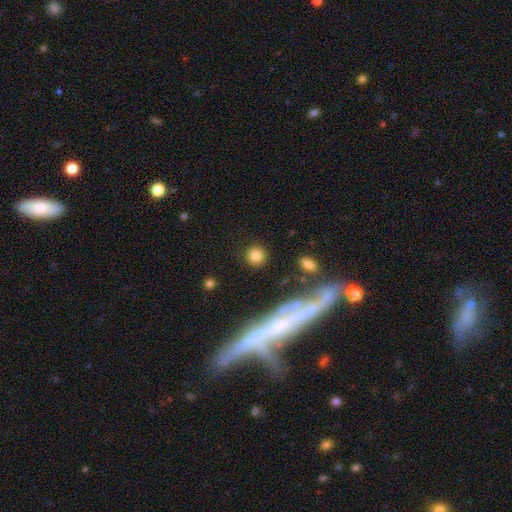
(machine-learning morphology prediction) Q: Smooth or featured?
A: smooth (80%); runner-up: star or artifact (10%)
Q: How rounded?
A: round (91%); runner-up: in between (7%)
Q: Merging?
A: none (87%); runner-up: minor disturbance (7%)